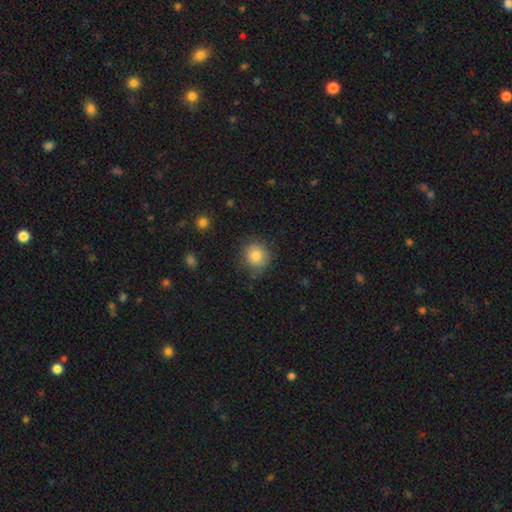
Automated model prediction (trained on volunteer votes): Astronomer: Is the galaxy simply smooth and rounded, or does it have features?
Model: smooth — 82%.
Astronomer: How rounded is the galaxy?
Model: round — 89%.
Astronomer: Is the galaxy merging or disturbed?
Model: none — 81%.